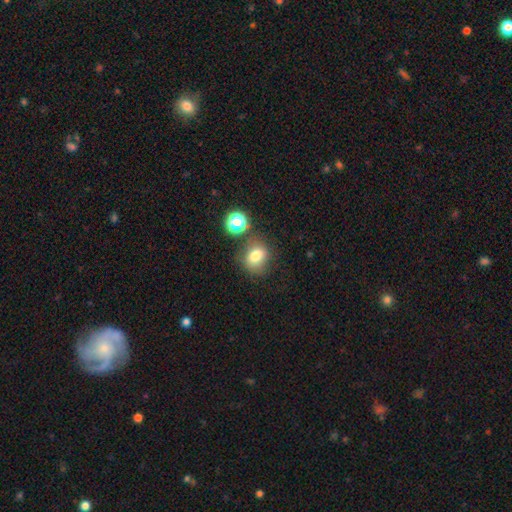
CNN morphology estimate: This is likely a smooth galaxy (78%). How rounded: possibly round (51%). Merging: likely none (65%).